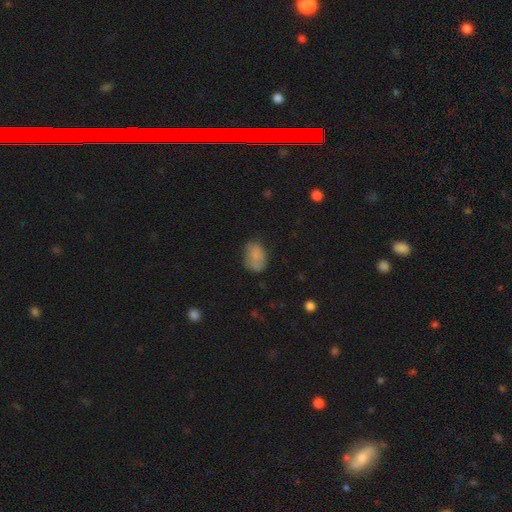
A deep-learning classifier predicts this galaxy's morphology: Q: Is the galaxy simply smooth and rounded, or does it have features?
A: smooth — 77%.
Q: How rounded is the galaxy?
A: in between — 82%.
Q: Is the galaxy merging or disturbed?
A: none — 57%.